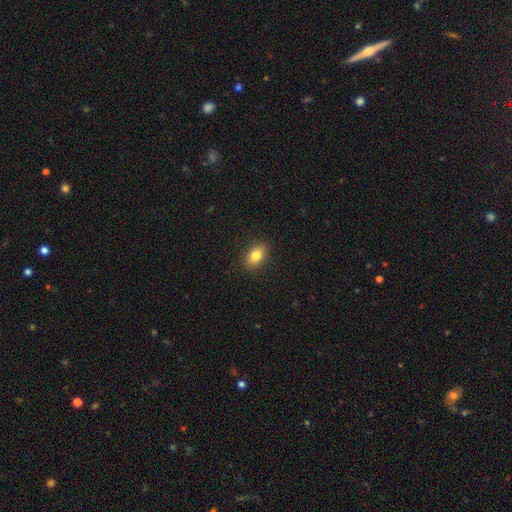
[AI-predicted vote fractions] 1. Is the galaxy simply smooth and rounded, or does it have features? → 81% smooth, 10% featured or disk, 9% star or artifact.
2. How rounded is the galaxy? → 83% in between, 15% round, 2% cigar-shaped.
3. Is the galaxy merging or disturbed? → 89% none, 8% minor disturbance, 2% major disturbance, 1% merger.